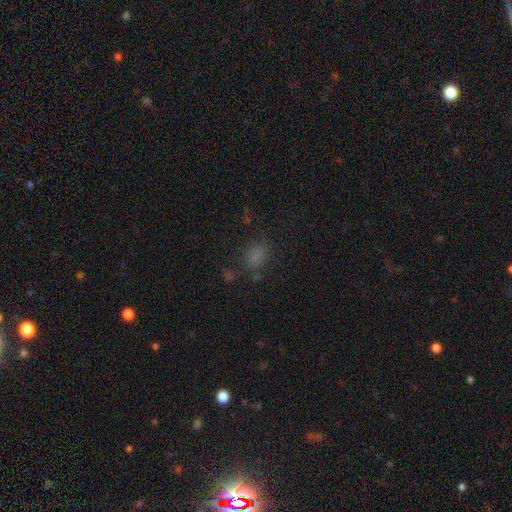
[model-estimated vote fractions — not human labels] This appears to be a smooth galaxy with no disk features (73%) that is in between round and cigar-shaped (67%). Merging: none (72%).